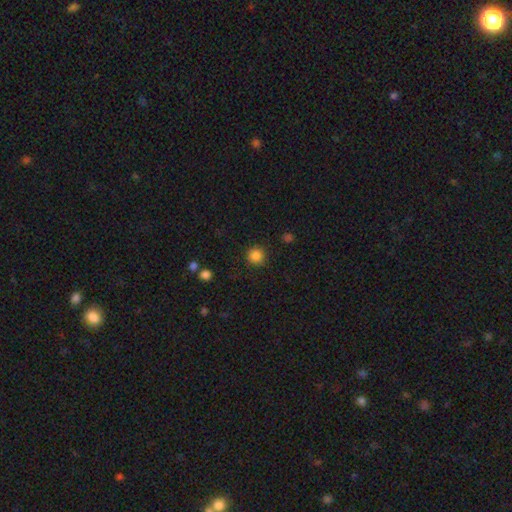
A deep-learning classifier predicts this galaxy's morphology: Smooth or featured? smooth (85%)
How rounded? round (94%)
Merging? none (90%)